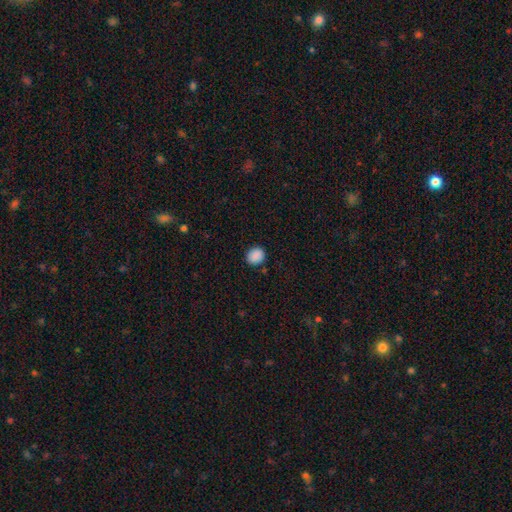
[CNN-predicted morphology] This is clearly a smooth galaxy (88%). How rounded: likely round (73%). Merging: clearly none (87%).